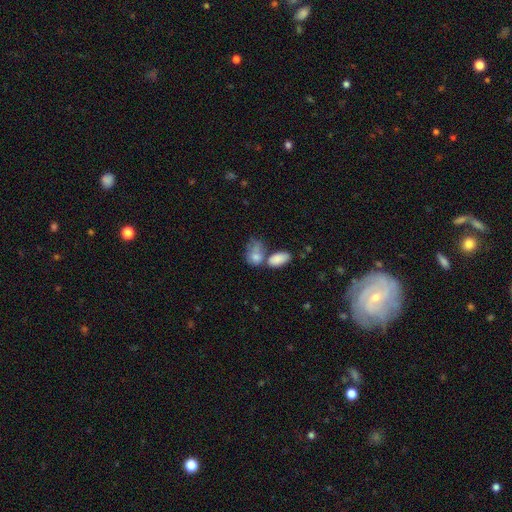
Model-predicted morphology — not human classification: Q: Smooth or featured?
A: smooth (78%); runner-up: featured or disk (15%)
Q: How rounded?
A: in between (78%); runner-up: round (19%)
Q: Merging?
A: merger (51%); runner-up: none (23%)